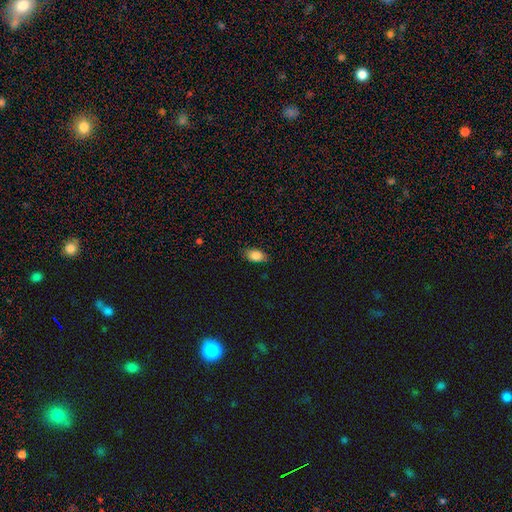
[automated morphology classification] smooth_or_featured: smooth (p=0.86) [alt: star or artifact p=0.08]
how_rounded: in between (p=0.88) [alt: round p=0.10]
merging: none (p=0.83) [alt: minor disturbance p=0.14]